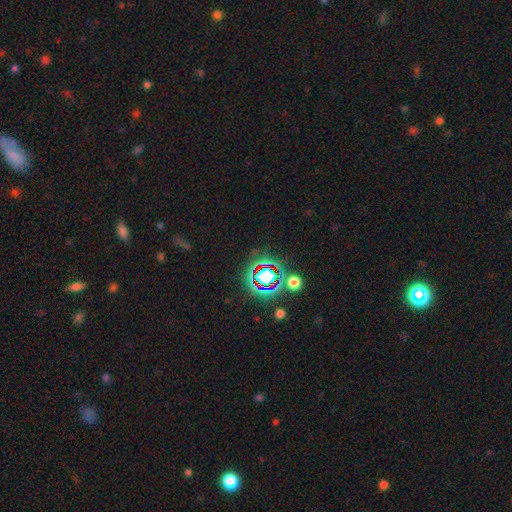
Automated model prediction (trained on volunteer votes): Morphology: type=star or artifact (73%).